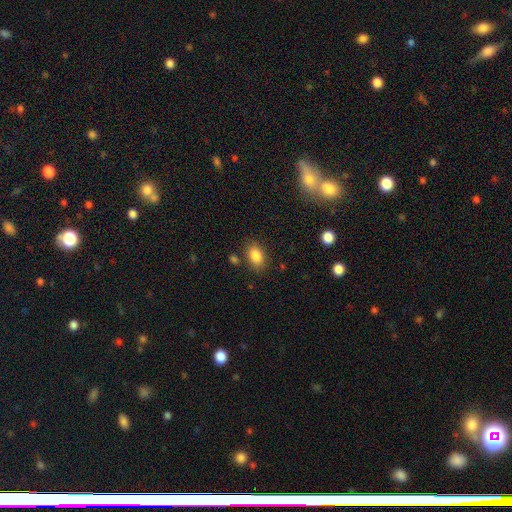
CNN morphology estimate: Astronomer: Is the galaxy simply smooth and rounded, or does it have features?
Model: smooth — 85%.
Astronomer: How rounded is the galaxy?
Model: in between — 85%.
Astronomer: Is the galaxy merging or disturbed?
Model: none — 80%.